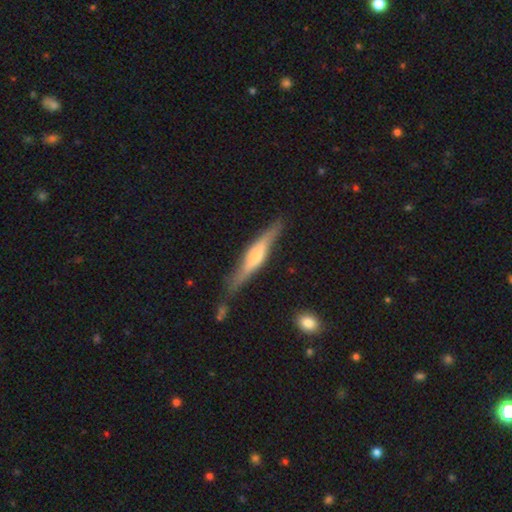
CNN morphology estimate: type=featured or disk (68%); edge-on=yes (94%); edge-on bulge=rounded (70%); merging=none (78%).